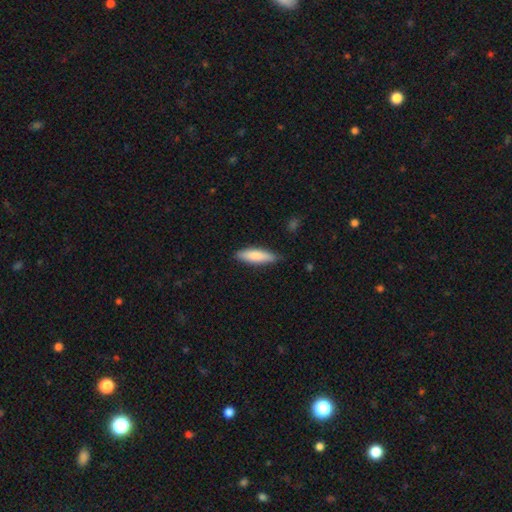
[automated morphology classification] The model was most divided on "how rounded": cigar-shaped: 62%, in between: 36%, round: 2%. More confident: merging — none (83%); smooth or featured — smooth (81%).